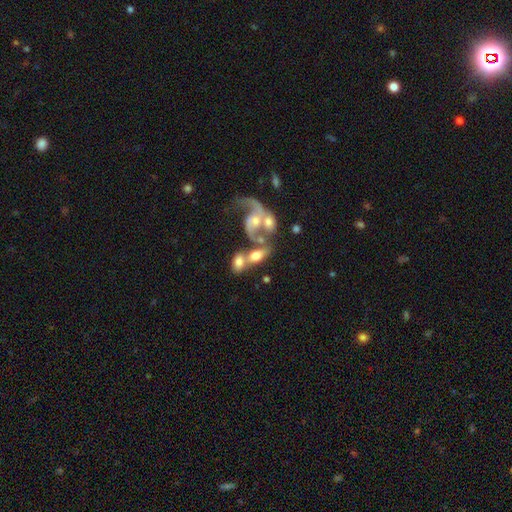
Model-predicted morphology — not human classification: smooth-or-featured: featured or disk: 48% | smooth: 43% | star or artifact: 8%
  merging: merger: 59% | none: 22% | major disturbance: 10% | minor disturbance: 10%